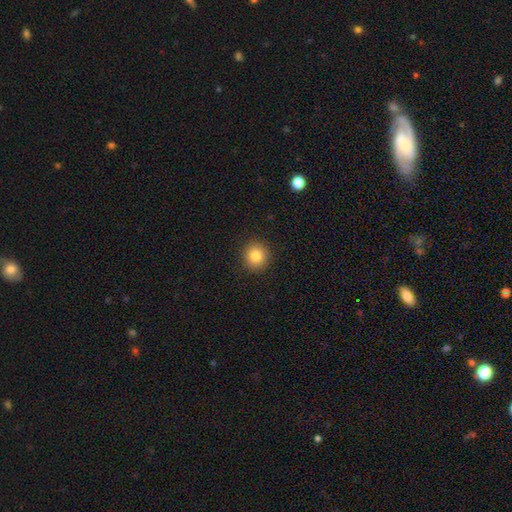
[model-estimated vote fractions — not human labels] The model was most divided on "smooth or featured": smooth: 82%, star or artifact: 10%, featured or disk: 7%. More confident: merging — none (92%); how rounded — round (90%).